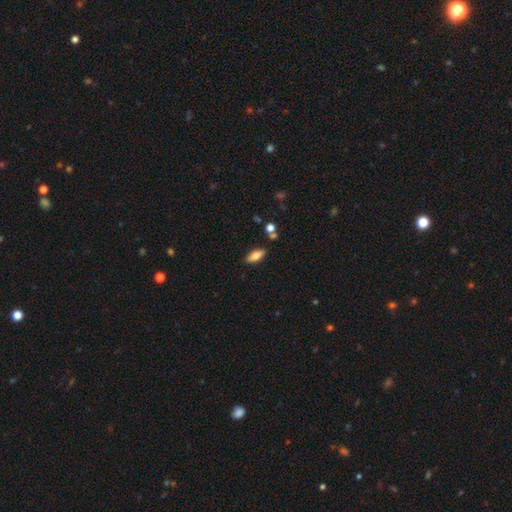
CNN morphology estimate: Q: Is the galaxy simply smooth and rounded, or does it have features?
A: smooth — 71%.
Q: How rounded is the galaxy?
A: in between — 73%.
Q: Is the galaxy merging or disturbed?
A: none — 84%.